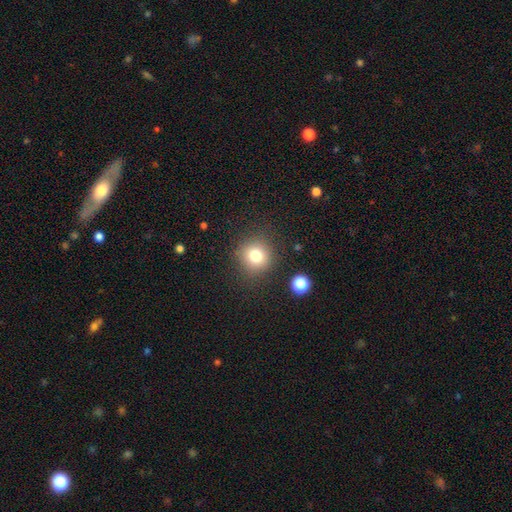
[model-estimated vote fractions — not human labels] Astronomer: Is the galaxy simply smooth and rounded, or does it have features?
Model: smooth — 78%.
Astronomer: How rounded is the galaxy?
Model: round — 91%.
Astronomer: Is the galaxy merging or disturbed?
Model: none — 86%.